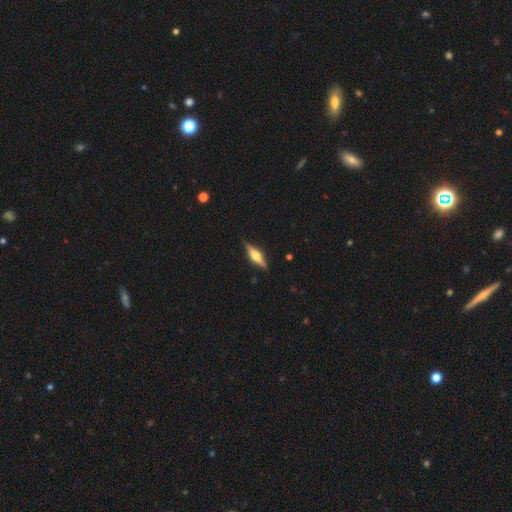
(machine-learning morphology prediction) smooth_or_featured: featured or disk (p=0.65) [alt: smooth p=0.28]
disk_edge_on: yes (p=0.96) [alt: no p=0.04]
edge_on_bulge: rounded (p=0.87) [alt: boxy p=0.11]
merging: none (p=0.87) [alt: minor disturbance p=0.09]